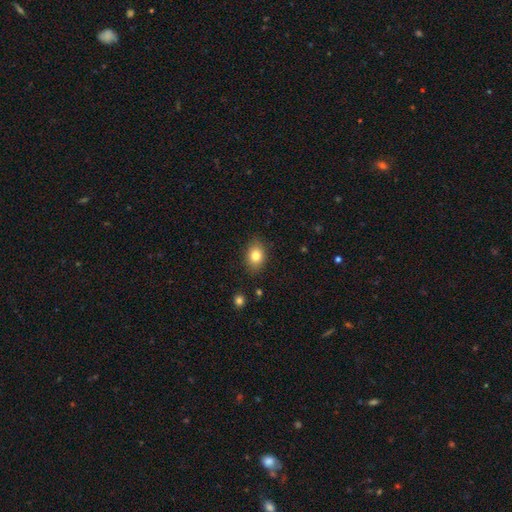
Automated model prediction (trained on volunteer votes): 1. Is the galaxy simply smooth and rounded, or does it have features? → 81% smooth, 10% star or artifact, 9% featured or disk.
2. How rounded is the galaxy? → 66% in between, 32% round, 1% cigar-shaped.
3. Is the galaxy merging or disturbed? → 85% none, 11% minor disturbance, 2% major disturbance, 1% merger.